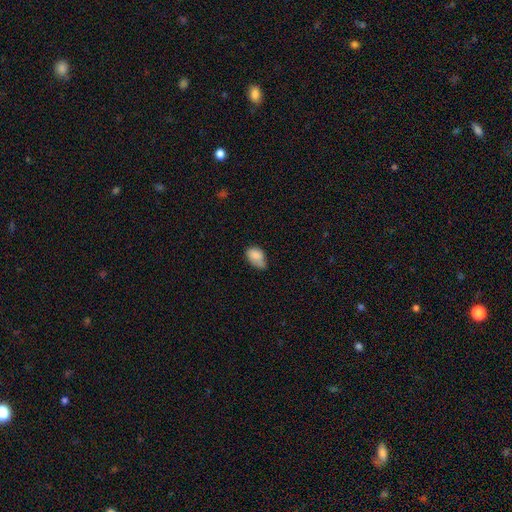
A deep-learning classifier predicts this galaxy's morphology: Overall: smooth (82%). How rounded: in between (88%). Merging: minor disturbance (46%; none 35%).